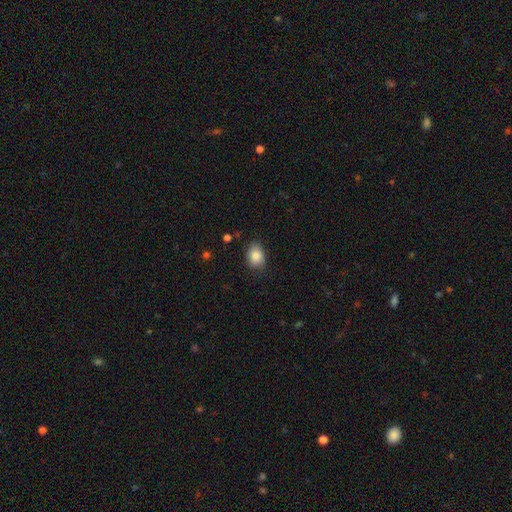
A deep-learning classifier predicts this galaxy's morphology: A smooth galaxy with no disk features (85%) that is in between round and cigar-shaped (74%). Merging: none (76%).